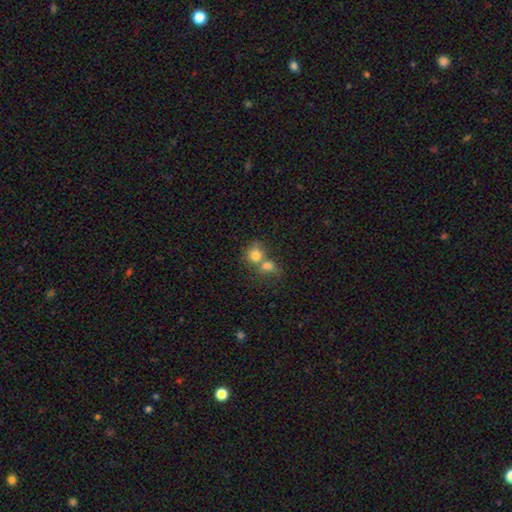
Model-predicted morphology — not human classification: A smooth galaxy with no disk features (78%) that is round (68%).

Vote fractions:
- Smooth or featured? smooth: 78% / featured or disk: 12% / star or artifact: 10%
- How rounded? round: 68% / in between: 31% / cigar-shaped: 1%
- Merging? merger: 62% / none: 26% / minor disturbance: 7% / major disturbance: 5%